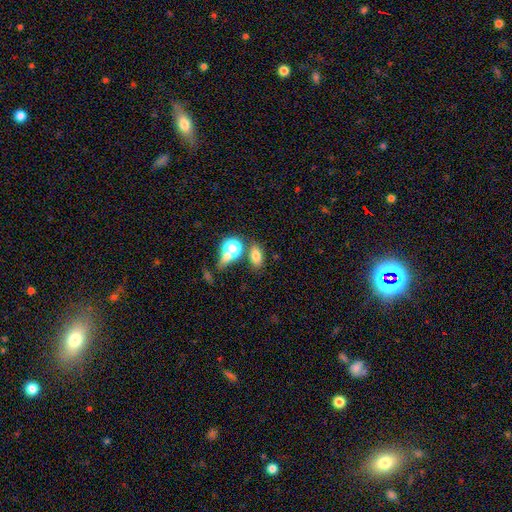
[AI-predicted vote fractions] A smooth galaxy with no disk features (73%) that is in between round and cigar-shaped (79%). Merging: none (64%).